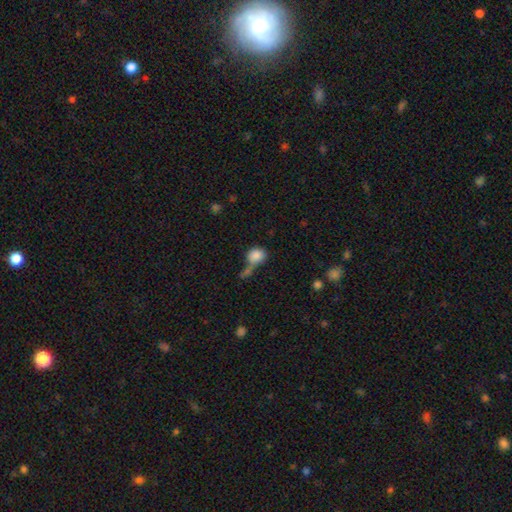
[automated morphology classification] type=smooth (84%); roundness=round (61%); merging=merger (38%).